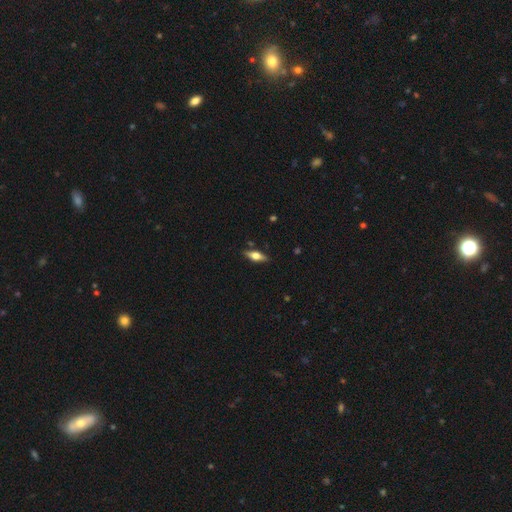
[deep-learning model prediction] Morphology: type=featured or disk (52%); edge-on=yes (92%); merging=none (85%).